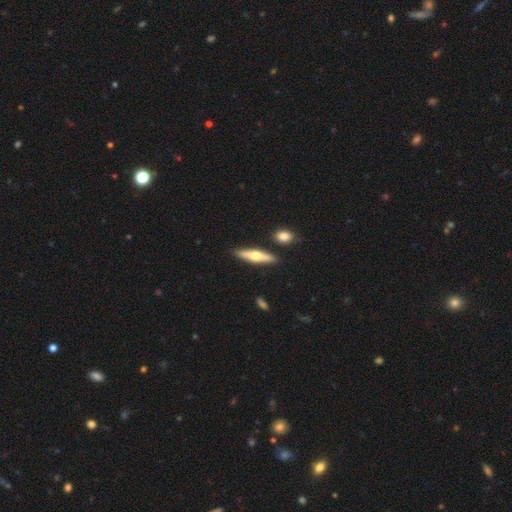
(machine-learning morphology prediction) This is possibly a featured or disk galaxy (55%). It is clearly viewed edge-on (94%). Edge-on bulge: clearly rounded (93%). Merging: clearly none (86%).